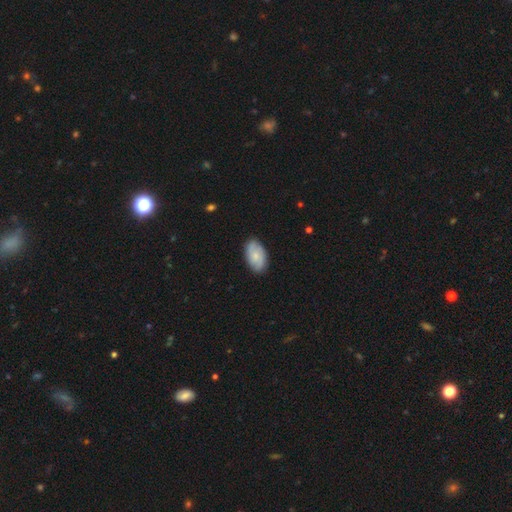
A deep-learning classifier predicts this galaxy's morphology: Smooth or featured? Predicted: smooth (p=0.50). How rounded? Predicted: in between (p=0.93). Merging? Predicted: none (p=0.83).